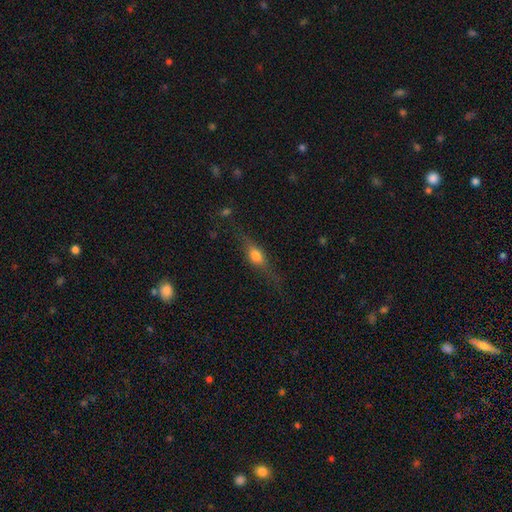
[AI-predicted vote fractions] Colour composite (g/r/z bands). It shows a smooth galaxy with no disk features (45%, tied with featured or disk). Merging: none (69%).